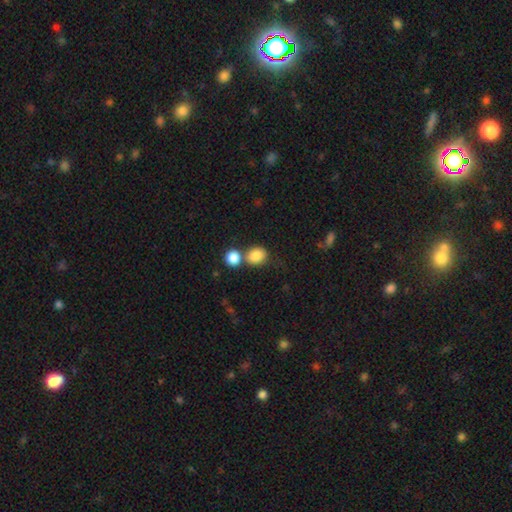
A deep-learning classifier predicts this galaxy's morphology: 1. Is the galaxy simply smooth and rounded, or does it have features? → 85% smooth, 9% star or artifact, 6% featured or disk.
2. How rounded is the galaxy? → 62% round, 37% in between, 1% cigar-shaped.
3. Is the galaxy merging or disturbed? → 49% none, 37% merger, 10% minor disturbance, 4% major disturbance.